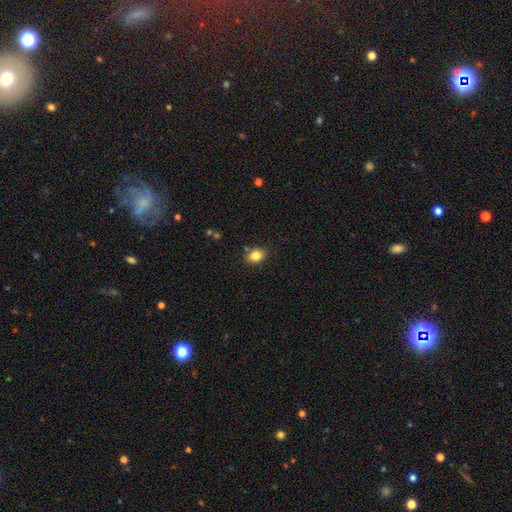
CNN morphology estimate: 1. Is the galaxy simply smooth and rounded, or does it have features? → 84% smooth, 10% star or artifact, 6% featured or disk.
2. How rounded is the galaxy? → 56% in between, 43% round, 1% cigar-shaped.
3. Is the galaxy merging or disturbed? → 82% none, 11% minor disturbance, 4% merger, 3% major disturbance.